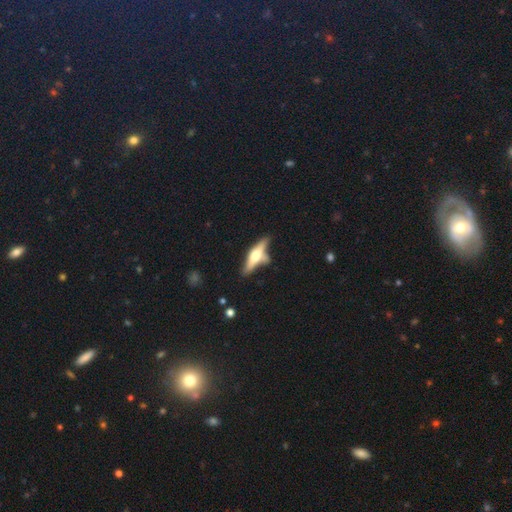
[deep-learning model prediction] A featured or disk galaxy (56%) viewed edge-on (91%) with a rounded central bulge (90%).

Vote fractions:
- Smooth or featured? featured or disk: 56% / smooth: 38% / star or artifact: 7%
- Edge-on disk? yes: 91% / no: 9%
- Edge-on bulge? rounded: 90% / boxy: 7% / none: 4%
- Merging? none: 61% / minor disturbance: 18% / merger: 14% / major disturbance: 7%